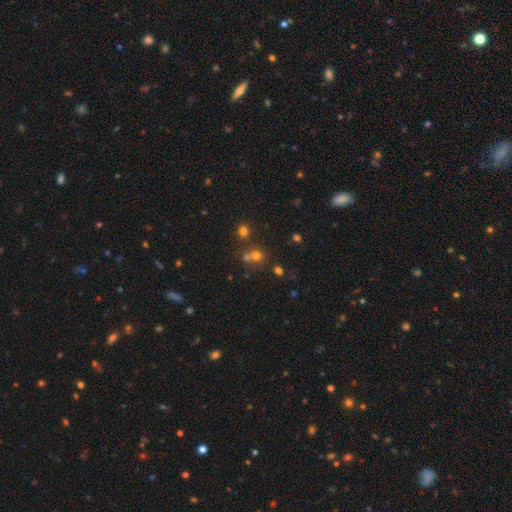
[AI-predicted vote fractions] The model was most divided on "merging": none: 57%, merger: 32%, minor disturbance: 7%, major disturbance: 3%. More confident: how rounded — round (85%); smooth or featured — smooth (63%).